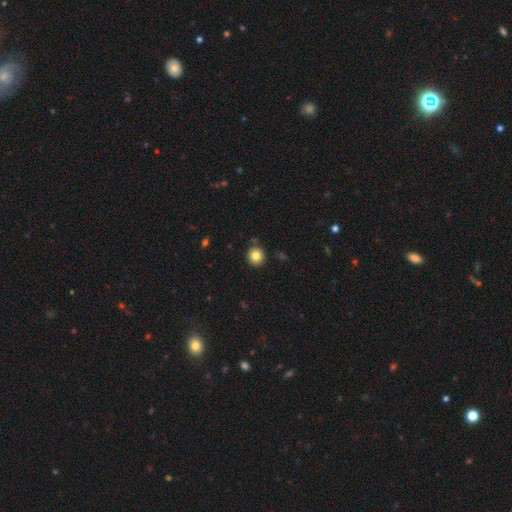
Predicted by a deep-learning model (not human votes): Smooth or featured: smooth — 82% (star or artifact — 10%)
How rounded: round — 88% (in between — 11%)
Merging: none — 88% (minor disturbance — 8%)